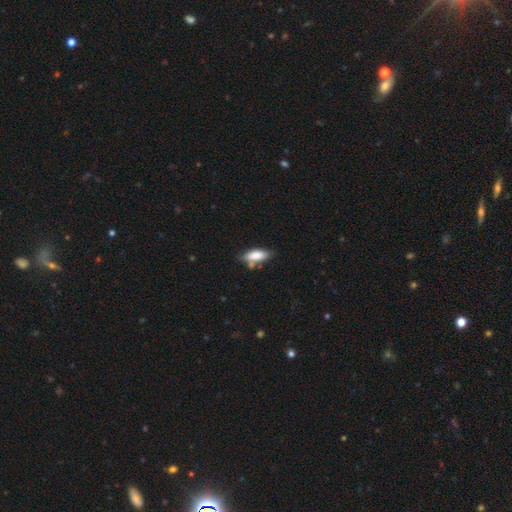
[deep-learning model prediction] Smooth or featured: smooth — 78% (featured or disk — 15%)
How rounded: in between — 70% (cigar-shaped — 27%)
Merging: none — 61% (minor disturbance — 22%)